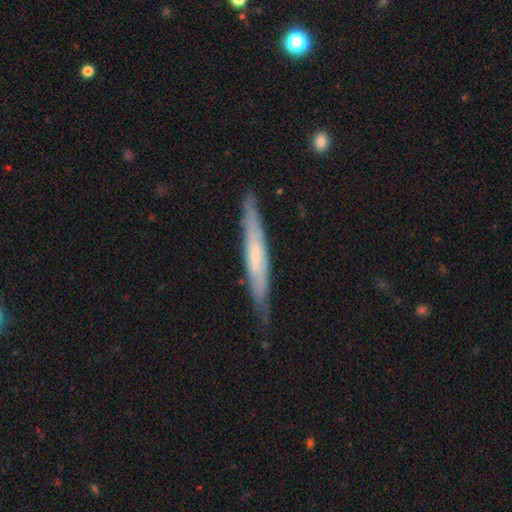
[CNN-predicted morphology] The model was most divided on "smooth or featured": featured or disk: 55%, smooth: 39%, star or artifact: 6%. More confident: edge-on disk — yes (85%); merging — none (79%).